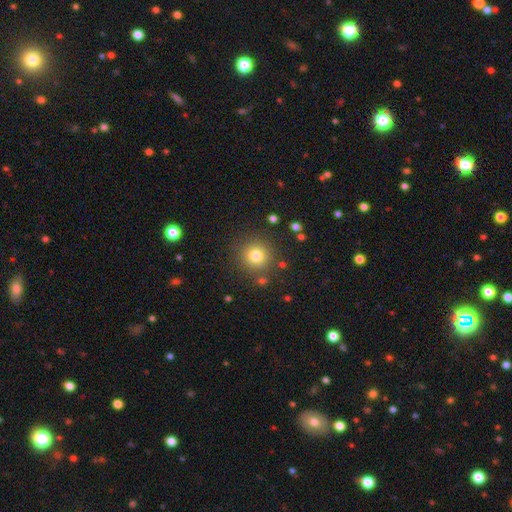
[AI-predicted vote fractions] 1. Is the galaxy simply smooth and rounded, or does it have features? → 79% smooth, 13% star or artifact, 8% featured or disk.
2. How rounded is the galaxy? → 94% round, 5% in between, 1% cigar-shaped.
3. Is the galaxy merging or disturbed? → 86% none, 7% minor disturbance, 3% major disturbance, 3% merger.